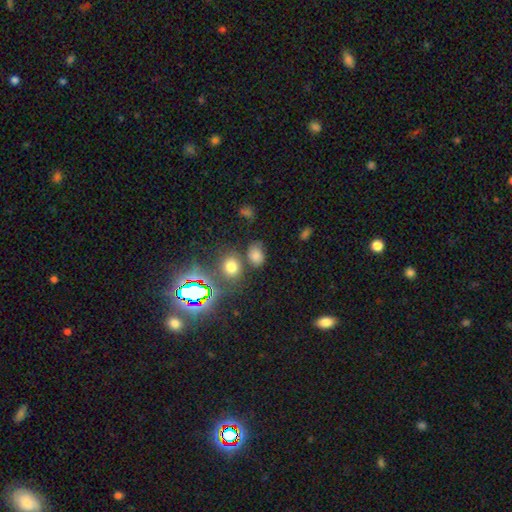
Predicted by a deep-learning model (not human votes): This appears to be a smooth galaxy with no disk features (71%) that is in between round and cigar-shaped (63%). Merging: none (64%).